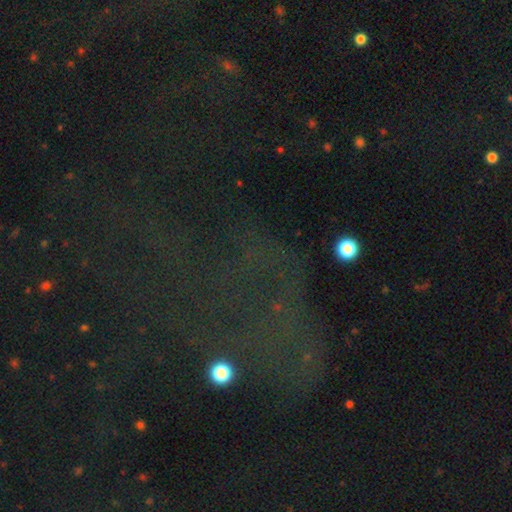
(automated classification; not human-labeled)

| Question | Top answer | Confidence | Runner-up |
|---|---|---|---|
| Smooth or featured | star or artifact | 67% | smooth (17%) |